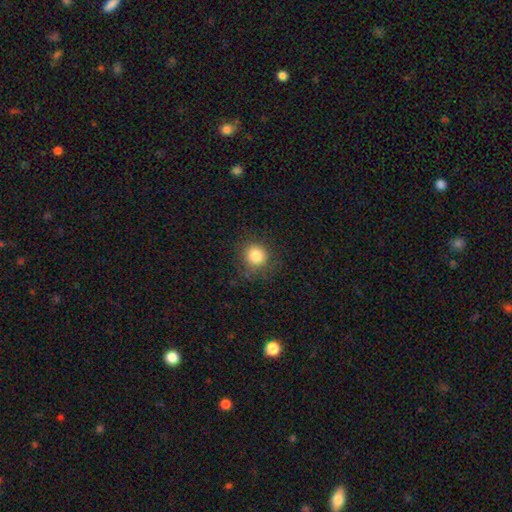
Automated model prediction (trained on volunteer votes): A smooth galaxy with no disk features (83%) that is round (92%). Merging: none (83%).